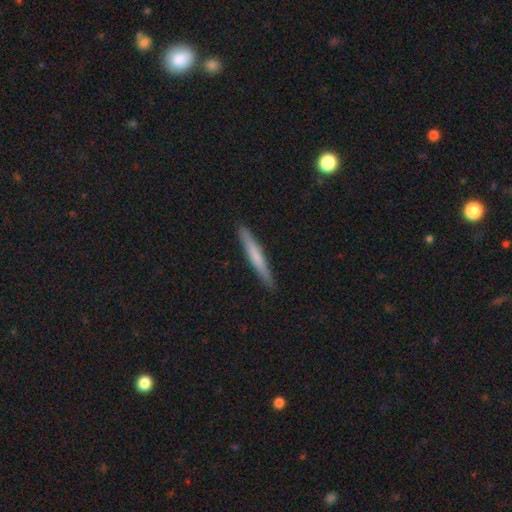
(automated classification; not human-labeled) The model was most divided on "smooth or featured": smooth: 62%, featured or disk: 32%, star or artifact: 6%. More confident: how rounded — cigar-shaped (96%); merging — none (91%).